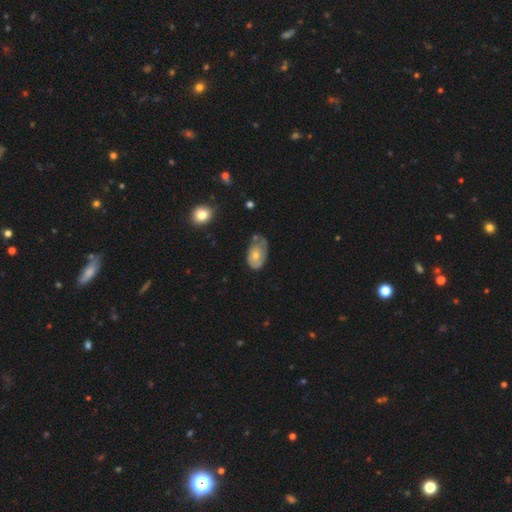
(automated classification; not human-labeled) Q: Smooth or featured?
A: smooth (55%); runner-up: featured or disk (38%)
Q: How rounded?
A: in between (87%); runner-up: round (12%)
Q: Merging?
A: minor disturbance (40%); runner-up: none (38%)